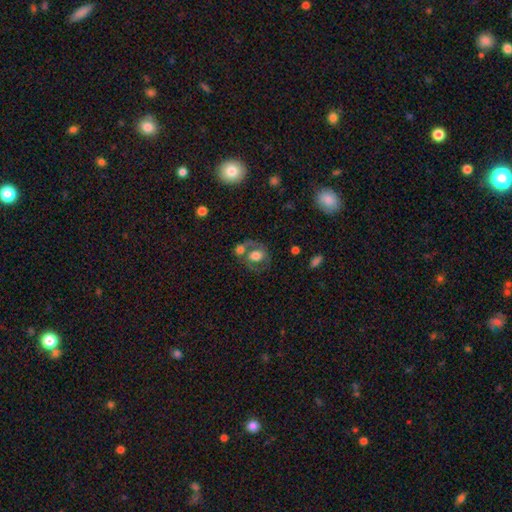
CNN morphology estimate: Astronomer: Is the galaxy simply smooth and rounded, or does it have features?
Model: smooth — 51% (runner-up: featured or disk, 40%).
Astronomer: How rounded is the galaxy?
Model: round — 53% (runner-up: in between, 46%).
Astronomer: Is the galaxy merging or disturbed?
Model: none — 39% (runner-up: merger, 37%).